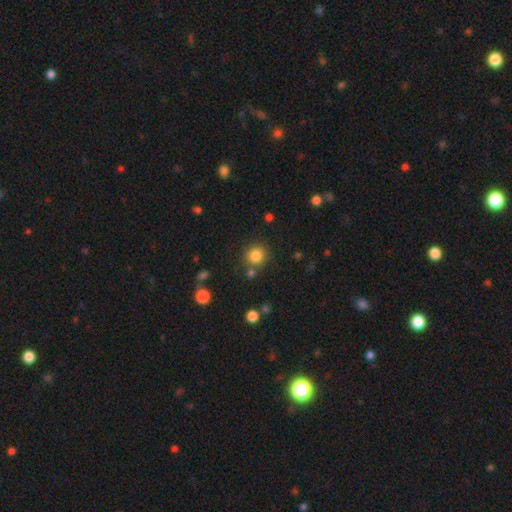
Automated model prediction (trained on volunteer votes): Smooth or featured: smooth — 83% (star or artifact — 12%)
How rounded: round — 91% (in between — 8%)
Merging: none — 79% (minor disturbance — 9%)